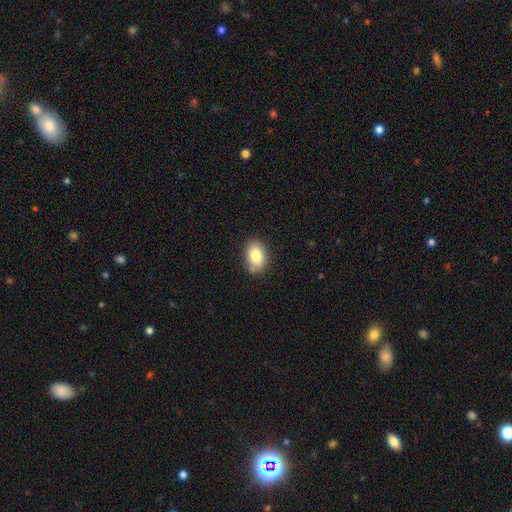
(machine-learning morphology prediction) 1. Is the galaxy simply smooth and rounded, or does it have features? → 81% smooth, 10% featured or disk, 9% star or artifact.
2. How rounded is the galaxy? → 78% in between, 20% round, 1% cigar-shaped.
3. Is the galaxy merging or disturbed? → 78% none, 15% minor disturbance, 4% merger, 3% major disturbance.